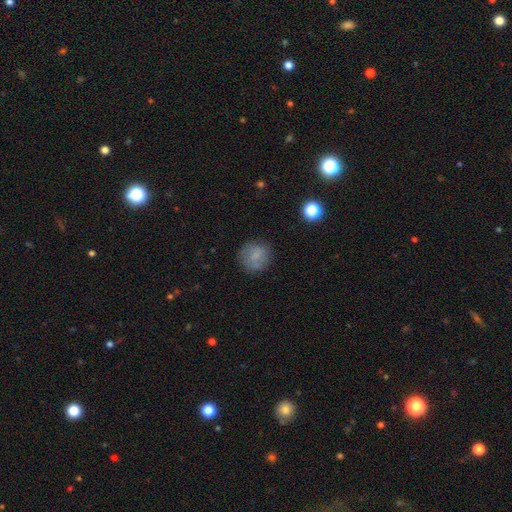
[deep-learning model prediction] This appears to be a smooth galaxy with no disk features (72%) that is round (87%). Merging: none (79%).